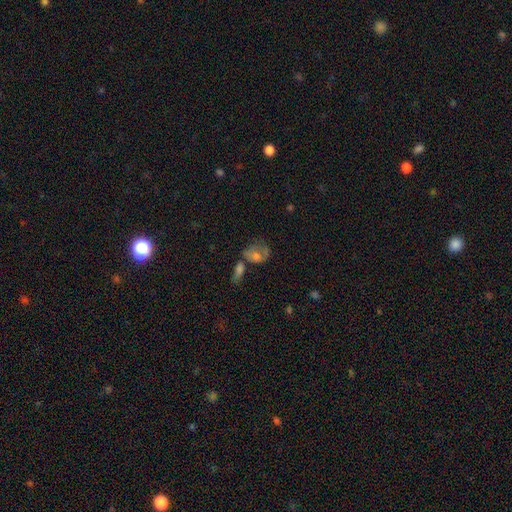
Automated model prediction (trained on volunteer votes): Smooth or featured? smooth (46%)
Merging? none (38%)